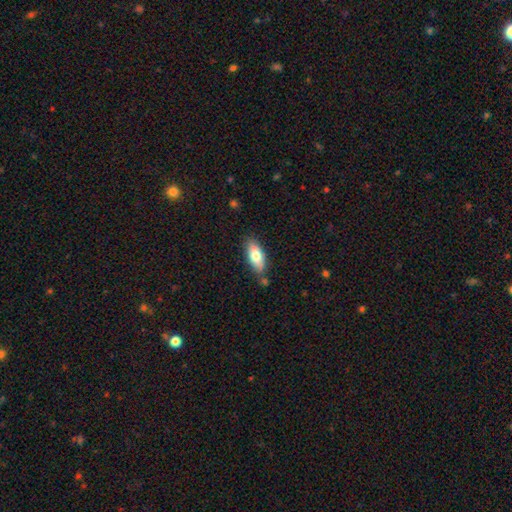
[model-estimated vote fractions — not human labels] This appears to be a smooth galaxy with no disk features (74%) that is in between round and cigar-shaped (80%). Merging: none (72%).